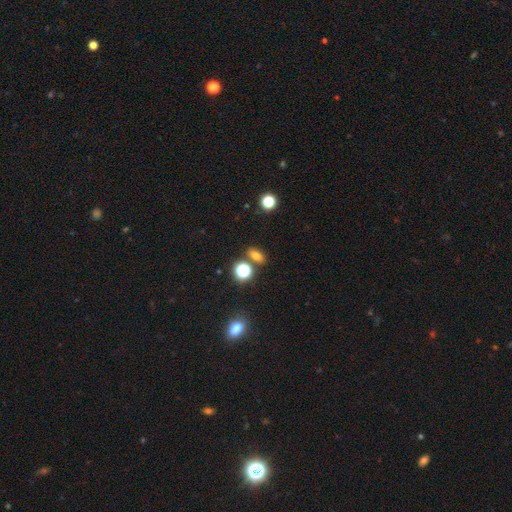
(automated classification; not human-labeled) smooth 71%, star or artifact 20%, featured or disk 10%. Down the decision tree: how rounded — in between (73%); merging — none (78%).